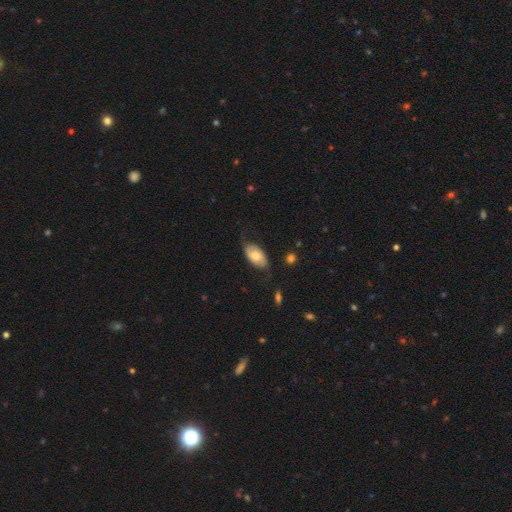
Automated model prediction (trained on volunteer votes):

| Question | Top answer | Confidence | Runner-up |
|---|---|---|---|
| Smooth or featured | smooth | 58% | featured or disk (36%) |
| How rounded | in between | 93% | round (5%) |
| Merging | none | 64% | minor disturbance (25%) |